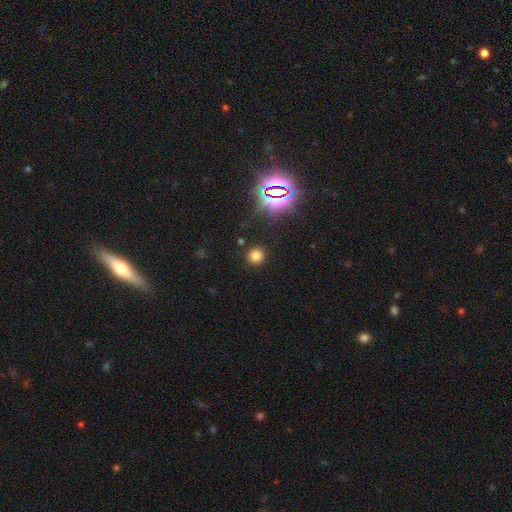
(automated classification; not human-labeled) A smooth galaxy with no disk features (73%) that is round (91%).

Vote fractions:
- Smooth or featured? smooth: 73% / star or artifact: 22% / featured or disk: 5%
- How rounded? round: 91% / in between: 8% / cigar-shaped: 1%
- Merging? none: 89% / minor disturbance: 6% / major disturbance: 3% / merger: 2%